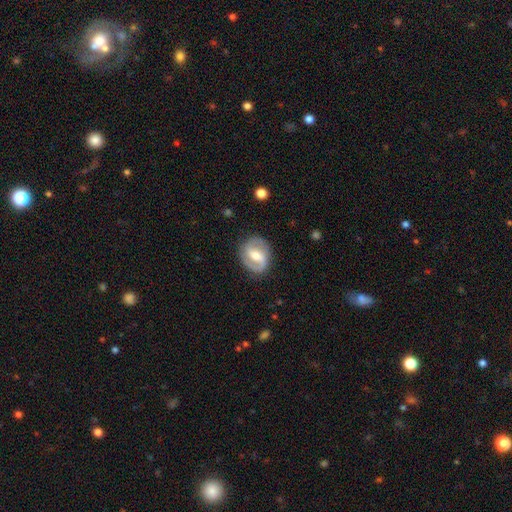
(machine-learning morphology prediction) type=featured or disk (77%); edge-on=no (97%); bar=weak (46%); spiral arms=yes (87%); winding=medium (50%); arm count=2 (86%); bulge=moderate (62%); merging=none (83%).